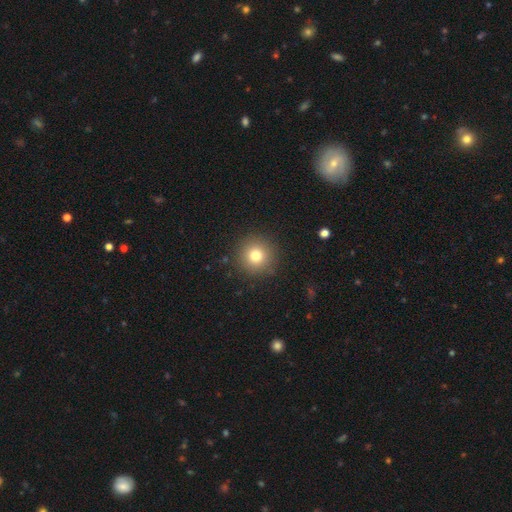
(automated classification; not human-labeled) Smooth or featured: smooth — 78% (star or artifact — 13%)
How rounded: round — 95% (in between — 4%)
Merging: none — 90% (minor disturbance — 6%)